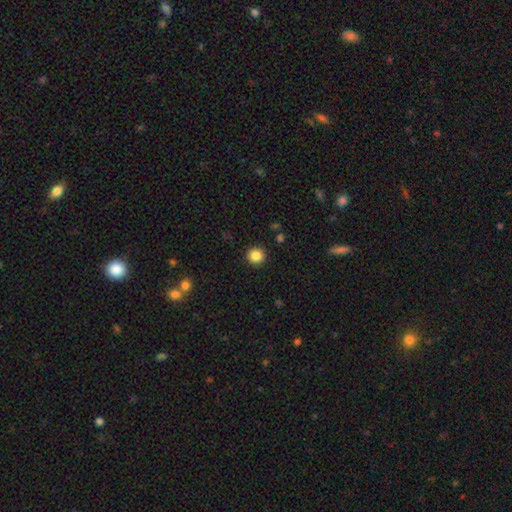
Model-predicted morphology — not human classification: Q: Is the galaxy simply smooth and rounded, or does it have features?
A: smooth — 86%.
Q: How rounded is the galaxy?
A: round — 93%.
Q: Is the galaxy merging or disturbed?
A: none — 92%.